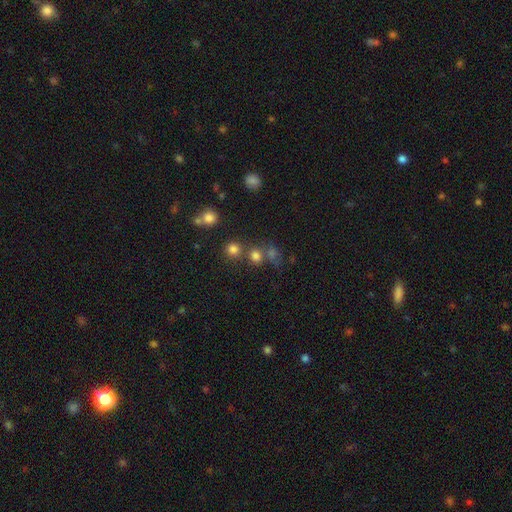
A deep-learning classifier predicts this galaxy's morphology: Q: Smooth or featured?
A: smooth (74%); runner-up: star or artifact (19%)
Q: How rounded?
A: round (85%); runner-up: in between (14%)
Q: Merging?
A: none (63%); runner-up: merger (24%)